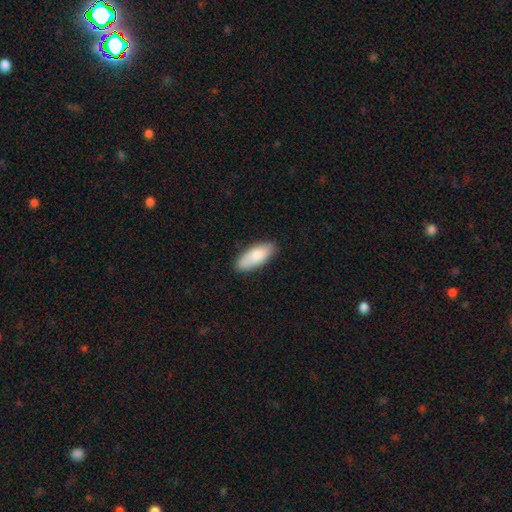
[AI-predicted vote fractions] Overall: smooth (84%). How rounded: in between (80%). Merging: none (86%).